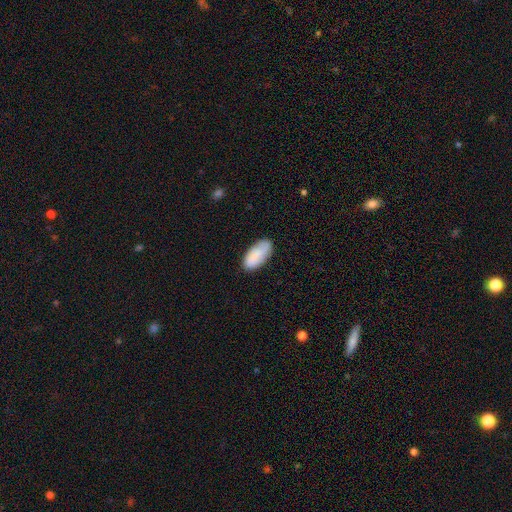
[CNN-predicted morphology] Overall: smooth (82%). How rounded: in between (91%). Merging: none (77%).